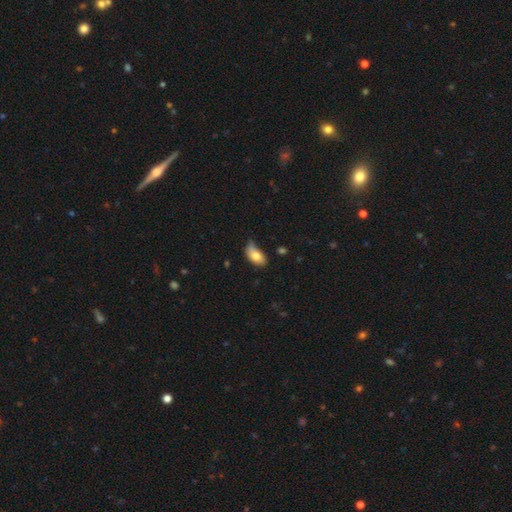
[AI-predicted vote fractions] Morphology: type=smooth (78%); roundness=in between (91%); merging=minor disturbance (43%).